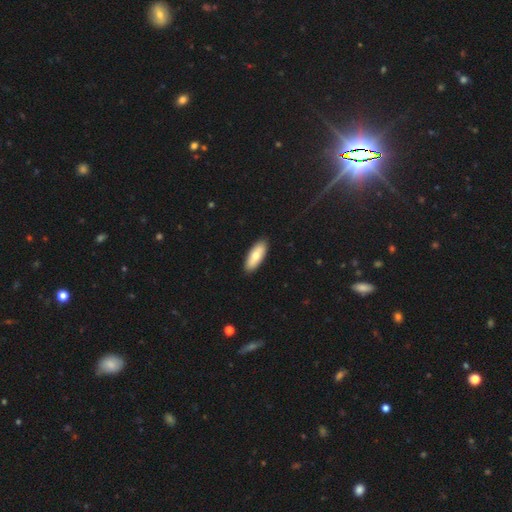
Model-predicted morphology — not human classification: The model was most divided on "smooth or featured": smooth: 73%, featured or disk: 22%, star or artifact: 5%. More confident: merging — none (91%); how rounded — in between (76%).